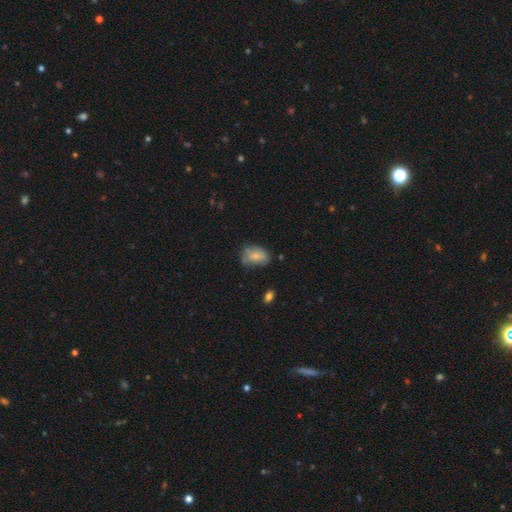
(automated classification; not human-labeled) Overall: smooth (72%). How rounded: in between (81%). Merging: none (53%; minor disturbance 32%).